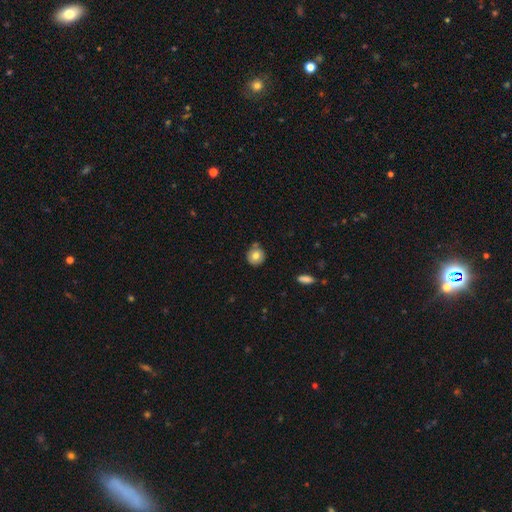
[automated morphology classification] Q: Smooth or featured?
A: smooth (75%); runner-up: featured or disk (16%)
Q: How rounded?
A: round (90%); runner-up: in between (8%)
Q: Merging?
A: none (76%); runner-up: minor disturbance (15%)